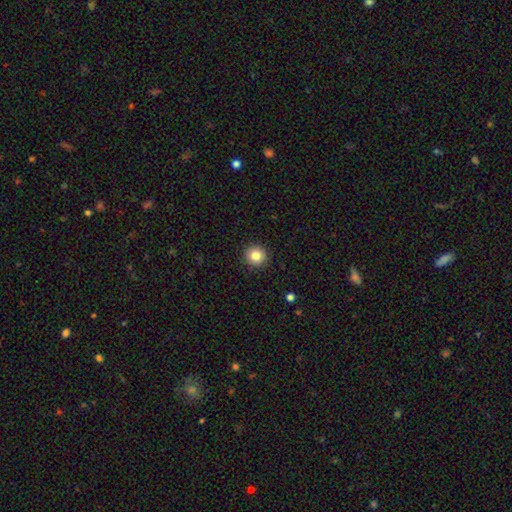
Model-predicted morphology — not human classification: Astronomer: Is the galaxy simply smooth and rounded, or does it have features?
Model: smooth — 84%.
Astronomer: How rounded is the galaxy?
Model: round — 94%.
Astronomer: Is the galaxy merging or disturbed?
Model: none — 92%.